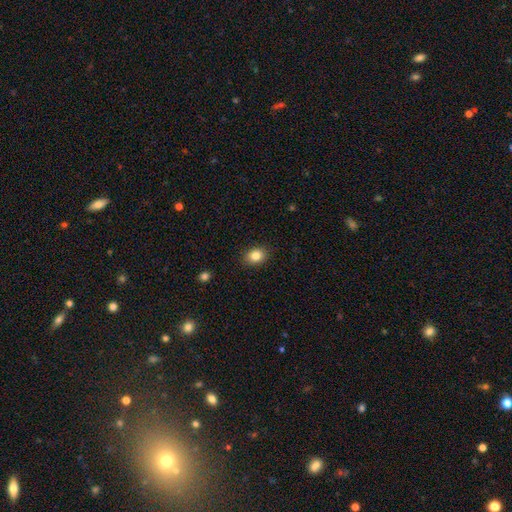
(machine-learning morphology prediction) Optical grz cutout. It shows a smooth galaxy with no disk features (84%) that is in between round and cigar-shaped (62%). Merging: none (88%).